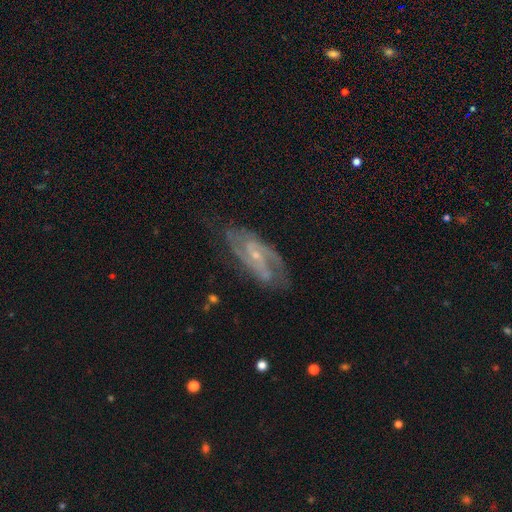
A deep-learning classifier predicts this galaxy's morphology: Smooth or featured?
  - featured or disk: 85% *
  - smooth: 8%
  - star or artifact: 6%
Edge-on disk?
  - no: 93% *
  - yes: 7%
Bar?
  - weak: 44% *
  - no: 39%
  - strong: 16%
Spiral arms?
  - yes: 95% *
  - no: 5%
Spiral winding?
  - medium: 50% *
  - tight: 33%
  - loose: 17%
Spiral arm count?
  - 2: 68% *
  - can't tell: 13%
  - 3: 10%
  - 1: 3%
  - 4: 3%
  - more than 4: 3%
Bulge size?
  - small: 76% *
  - moderate: 19%
  - none: 4%
  - large: 1%
  - dominant: 1%
Merging?
  - none: 72% *
  - minor disturbance: 19%
  - major disturbance: 7%
  - merger: 2%